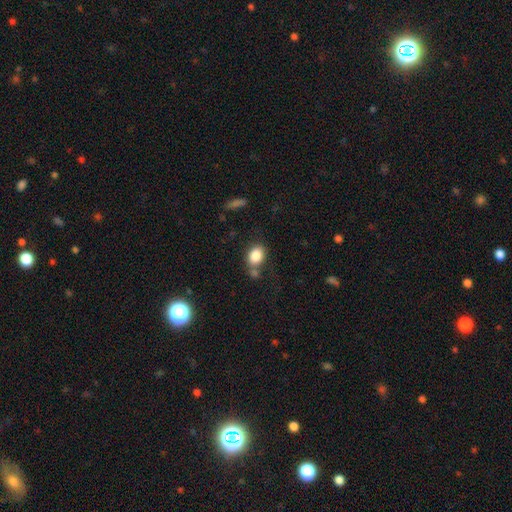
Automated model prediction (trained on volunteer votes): This appears to be a smooth galaxy with no disk features (85%) that is in between round and cigar-shaped (65%). Merging: none (65%).